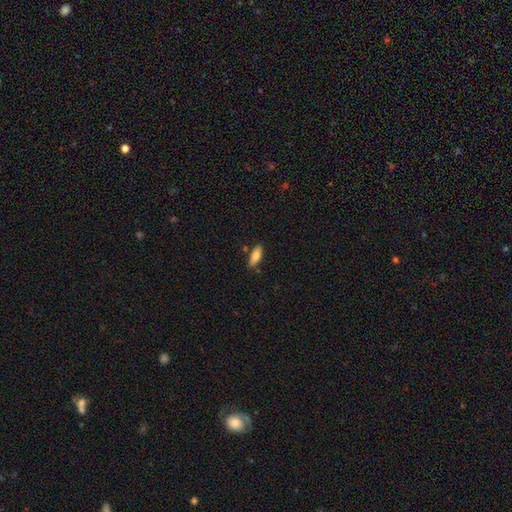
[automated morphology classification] type=smooth (77%); roundness=in between (70%); merging=none (81%).